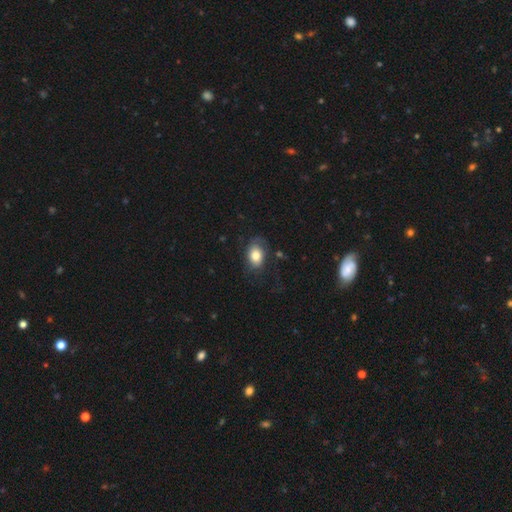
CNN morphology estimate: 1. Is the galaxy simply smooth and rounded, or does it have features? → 72% smooth, 20% featured or disk, 8% star or artifact.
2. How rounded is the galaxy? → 77% in between, 21% round, 1% cigar-shaped.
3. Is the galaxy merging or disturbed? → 57% none, 25% minor disturbance, 16% major disturbance, 2% merger.